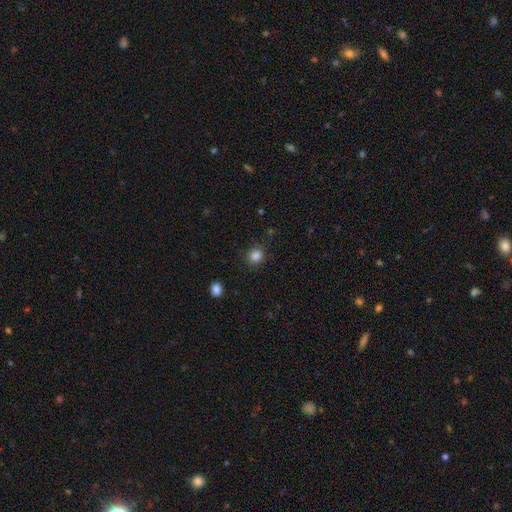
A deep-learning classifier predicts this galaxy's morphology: Smooth or featured? smooth (84%)
How rounded? round (84%)
Merging? none (87%)